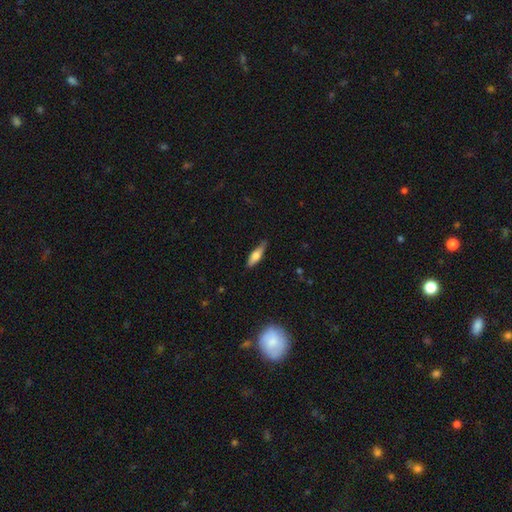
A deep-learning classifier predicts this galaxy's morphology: smooth-or-featured: smooth: 64% | featured or disk: 30% | star or artifact: 6%
  how-rounded: cigar-shaped: 57% | in between: 41% | round: 2%
  merging: none: 78% | minor disturbance: 18% | major disturbance: 3% | merger: 1%